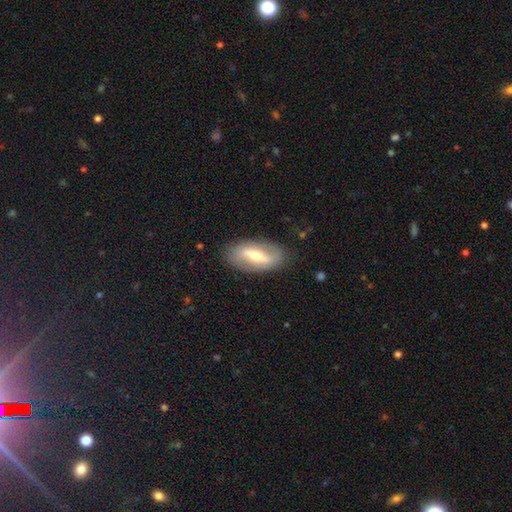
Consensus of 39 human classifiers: Smooth or featured?
  - featured or disk: 74% *
  - smooth: 26%
  - star or artifact: 0%
Edge-on disk?
  - no: 93% *
  - yes: 7%
Bar?
  - strong: 70% *
  - weak: 19%
  - no: 11%
Spiral arms?
  - yes: 70% *
  - no: 30%
Spiral winding?
  - medium: 47% *
  - loose: 32%
  - tight: 21%
Spiral arm count?
  - 2: 95% *
  - can't tell: 5%
  - 1: 0%
  - 3: 0%
  - 4: 0%
  - more than 4: 0%
Bulge size?
  - moderate: 59% *
  - small: 33%
  - large: 7%
  - dominant: 0%
  - none: 0%
Merging?
  - none: 77% *
  - minor disturbance: 13%
  - major disturbance: 5%
  - merger: 5%